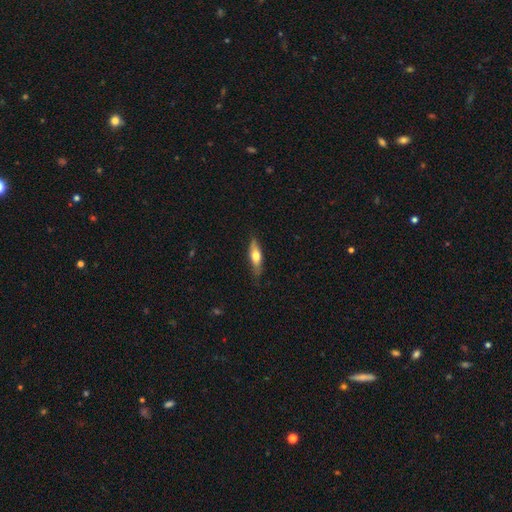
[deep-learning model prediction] Smooth or featured?
  - smooth: 57% *
  - featured or disk: 38%
  - star or artifact: 6%
How rounded?
  - cigar-shaped: 51% *
  - in between: 46%
  - round: 3%
Merging?
  - none: 77% *
  - minor disturbance: 19%
  - major disturbance: 3%
  - merger: 1%